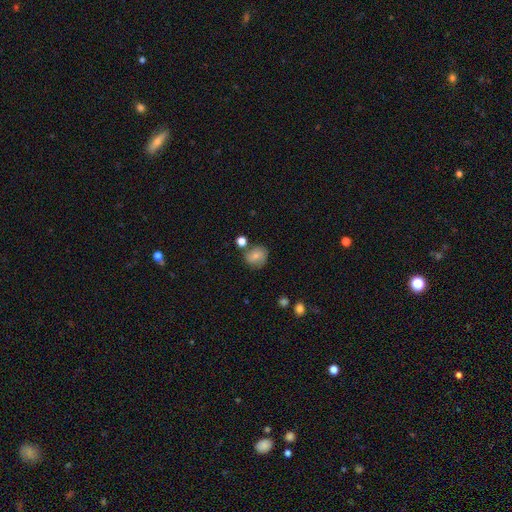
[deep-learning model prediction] The model was most divided on "merging": none: 65%, minor disturbance: 18%, merger: 11%, major disturbance: 5%. More confident: how rounded — round (73%); smooth or featured — smooth (71%).